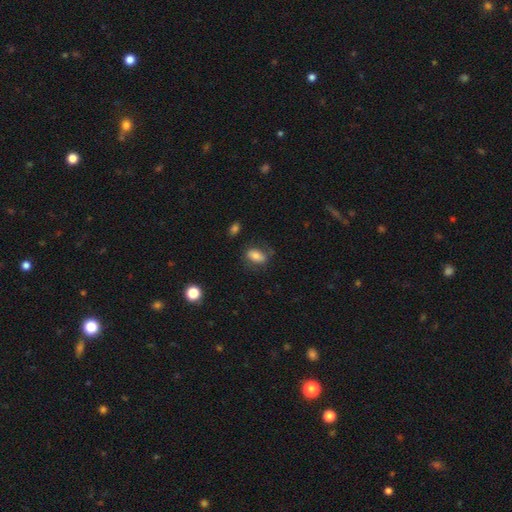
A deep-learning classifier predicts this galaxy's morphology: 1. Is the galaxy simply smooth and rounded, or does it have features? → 74% smooth, 18% featured or disk, 9% star or artifact.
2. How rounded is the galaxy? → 87% in between, 8% round, 5% cigar-shaped.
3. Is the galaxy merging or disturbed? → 65% none, 21% minor disturbance, 11% major disturbance, 3% merger.